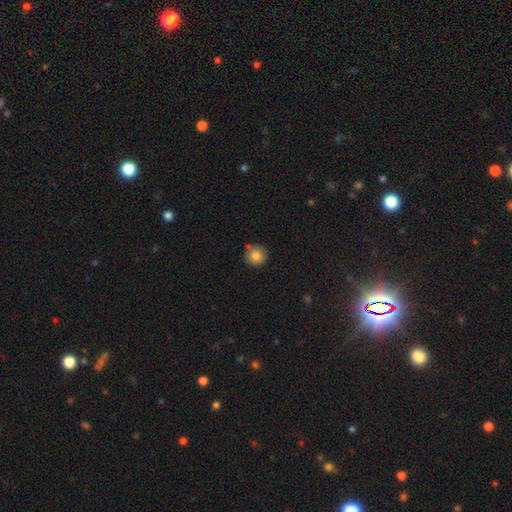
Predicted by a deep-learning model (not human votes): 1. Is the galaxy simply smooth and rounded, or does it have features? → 83% smooth, 9% star or artifact, 7% featured or disk.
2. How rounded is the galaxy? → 93% round, 6% in between, 1% cigar-shaped.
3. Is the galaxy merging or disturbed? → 79% none, 13% minor disturbance, 6% merger, 2% major disturbance.